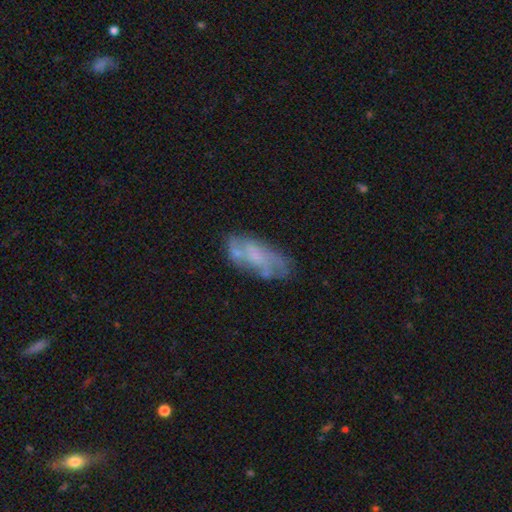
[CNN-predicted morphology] type=featured or disk (53%); edge-on=no (90%); merging=none (57%).